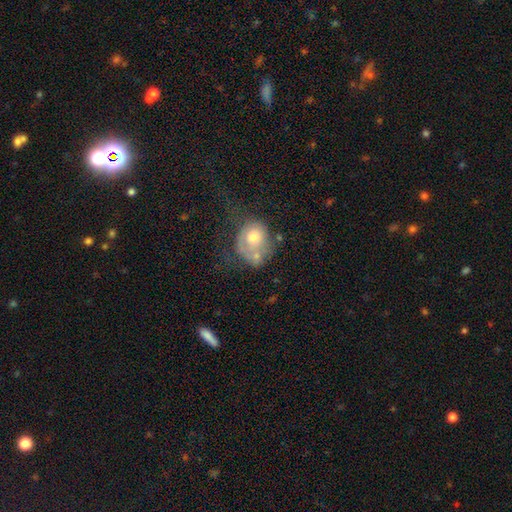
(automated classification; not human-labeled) This appears to be a smooth galaxy with no disk features (57%) that is round (63%). Merging: merger (30%).